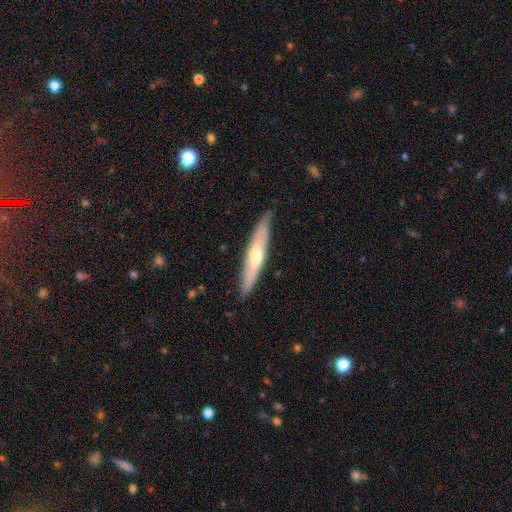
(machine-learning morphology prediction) Smooth or featured? Predicted: featured or disk (p=0.51). Edge-on disk? Predicted: yes (p=0.81). Merging? Predicted: none (p=0.85).